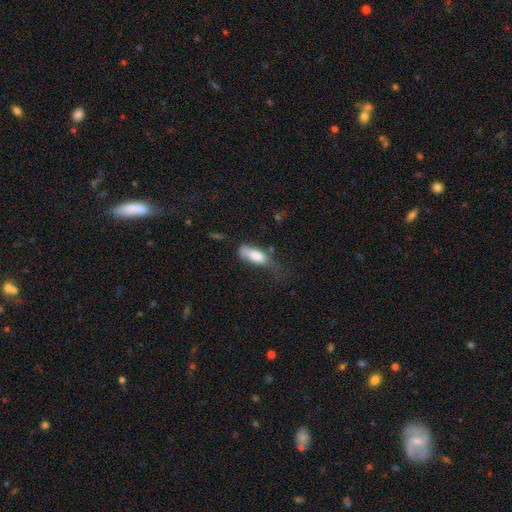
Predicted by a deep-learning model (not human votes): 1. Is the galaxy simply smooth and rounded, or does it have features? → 77% smooth, 15% featured or disk, 7% star or artifact.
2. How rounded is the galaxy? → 77% in between, 21% cigar-shaped, 2% round.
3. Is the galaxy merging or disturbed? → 35% minor disturbance, 32% none, 27% major disturbance, 5% merger.